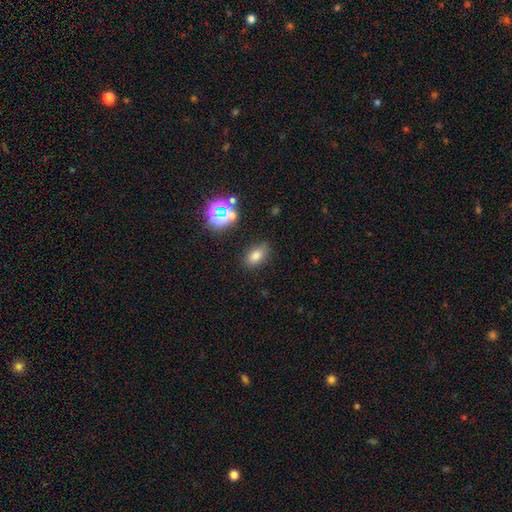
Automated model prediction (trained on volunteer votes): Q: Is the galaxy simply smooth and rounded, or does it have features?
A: smooth — 76%.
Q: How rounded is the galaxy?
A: in between — 85%.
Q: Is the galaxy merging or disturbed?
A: none — 79%.